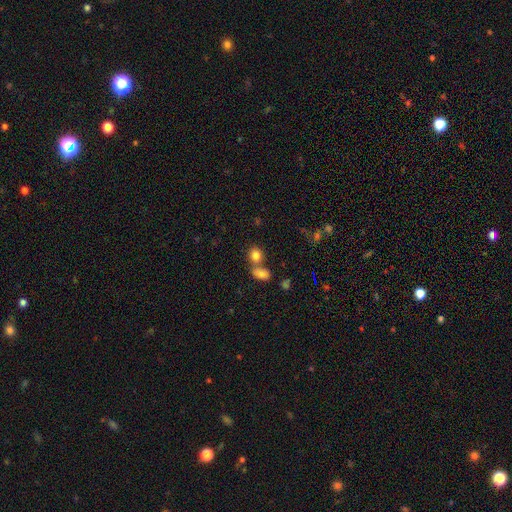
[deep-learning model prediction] Smooth or featured: smooth — 81% (star or artifact — 11%)
How rounded: round — 59% (in between — 39%)
Merging: none — 48% (merger — 41%)